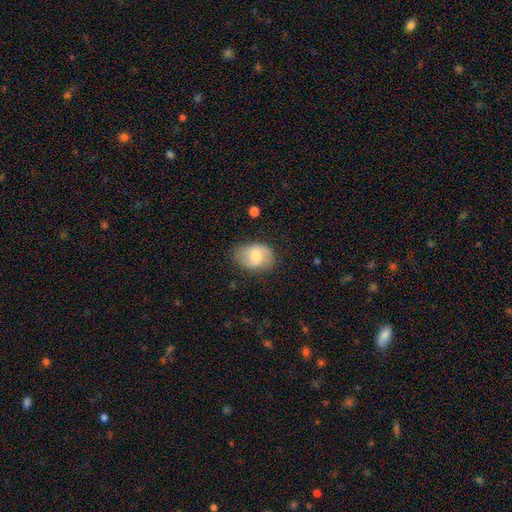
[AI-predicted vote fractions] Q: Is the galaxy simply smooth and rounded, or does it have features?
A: smooth — 56%.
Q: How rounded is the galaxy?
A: in between — 74%.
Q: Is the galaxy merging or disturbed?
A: none — 74%.